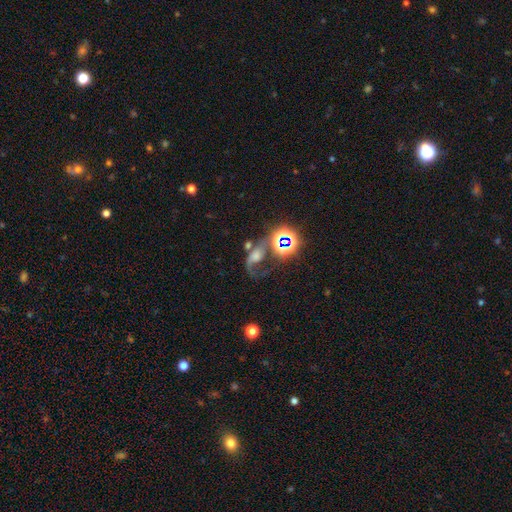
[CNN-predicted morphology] smooth-or-featured: featured or disk: 45% | smooth: 29% | star or artifact: 27%
  merging: major disturbance: 36% | none: 28% | merger: 23% | minor disturbance: 14%